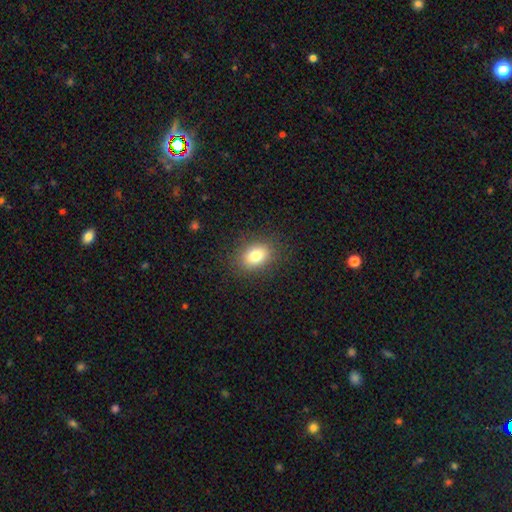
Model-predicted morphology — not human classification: Smooth or featured? Predicted: smooth (p=0.81). How rounded? Predicted: in between (p=0.67). Merging? Predicted: none (p=0.87).